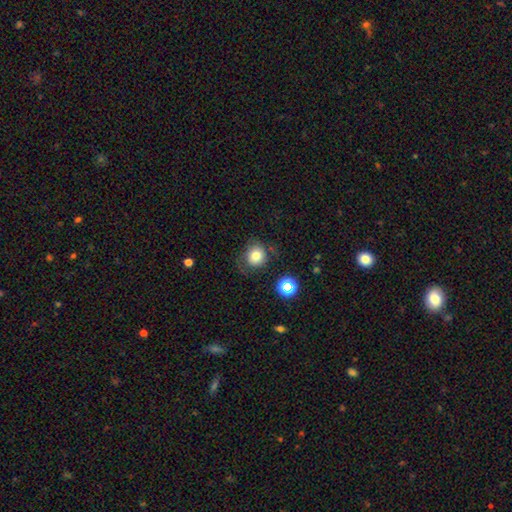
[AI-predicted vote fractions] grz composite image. It shows a smooth galaxy with no disk features (75%) that is round (82%). Merging: none (68%).